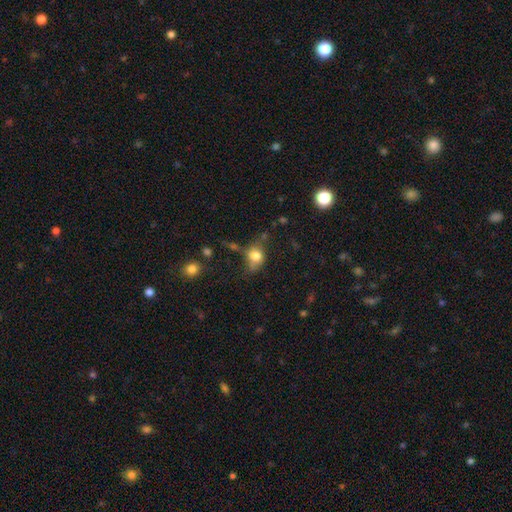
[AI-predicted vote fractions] This is likely a smooth galaxy (75%). How rounded: possibly in between (56%). Merging: possibly none (45%).